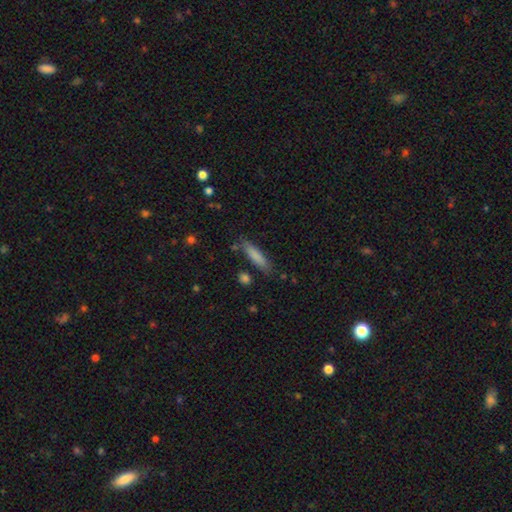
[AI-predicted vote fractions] Morphology: type=smooth (82%); roundness=cigar-shaped (80%); merging=none (80%).